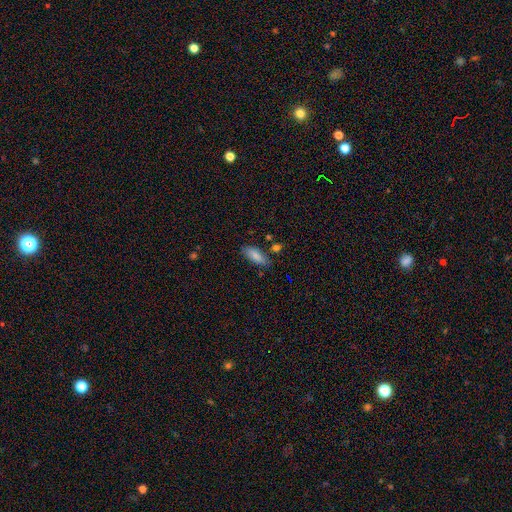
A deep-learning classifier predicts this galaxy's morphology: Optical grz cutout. It shows a smooth galaxy with no disk features (83%) that is in between round and cigar-shaped (73%). Merging: none (77%).